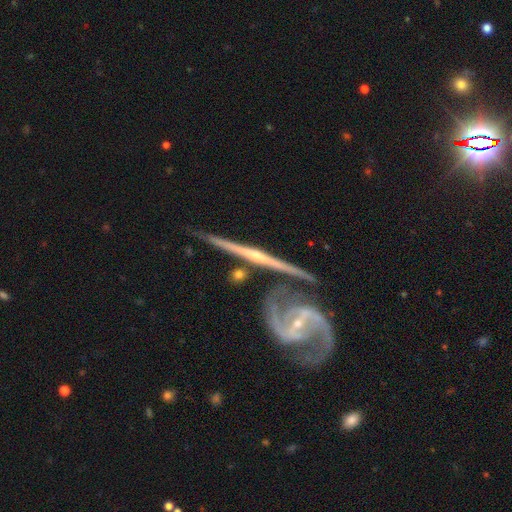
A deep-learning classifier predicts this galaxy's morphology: smooth_or_featured: featured or disk (p=0.86) [alt: smooth p=0.09]
disk_edge_on: yes (p=0.91) [alt: no p=0.09]
edge_on_bulge: rounded (p=0.67) [alt: none p=0.25]
merging: none (p=0.69) [alt: minor disturbance p=0.14]